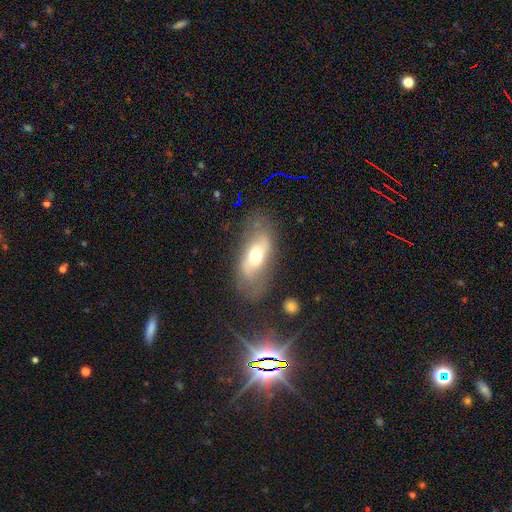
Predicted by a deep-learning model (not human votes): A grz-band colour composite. It shows a featured or disk galaxy (51%). Merging: none (64%).